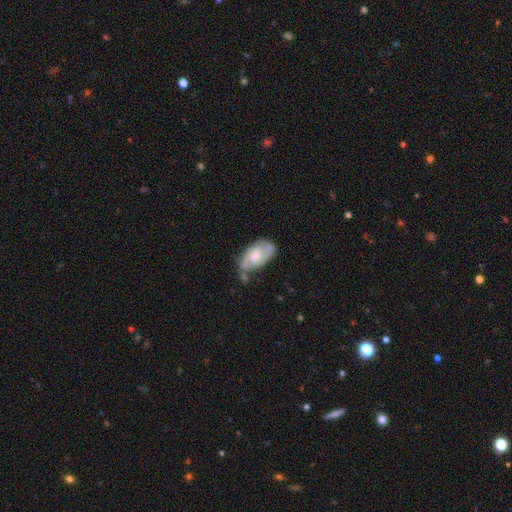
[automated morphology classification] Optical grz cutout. It shows a featured or disk galaxy (69%) with no bar (54%), 2 (72%) medium (44%) spiral arms (89%) and a moderate central bulge (47%, tied with small). Merging: none (45%).